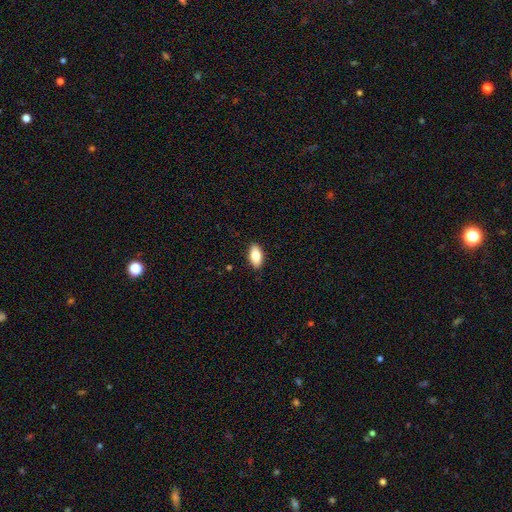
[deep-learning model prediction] Overall: smooth (81%). How rounded: in between (91%). Merging: none (89%).